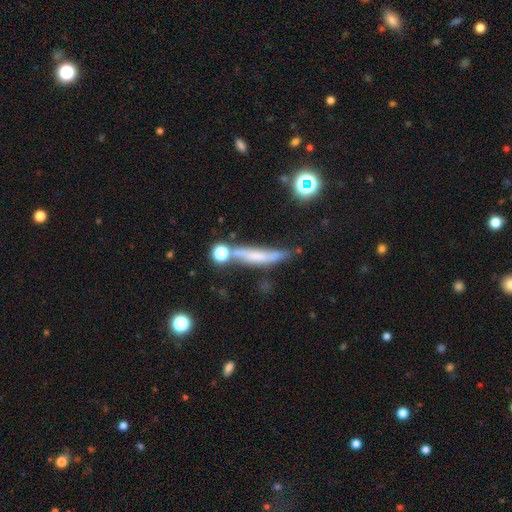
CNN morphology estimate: smooth-or-featured: smooth: 46% | featured or disk: 41% | star or artifact: 13%
  merging: none: 51% | minor disturbance: 24% | merger: 15% | major disturbance: 10%